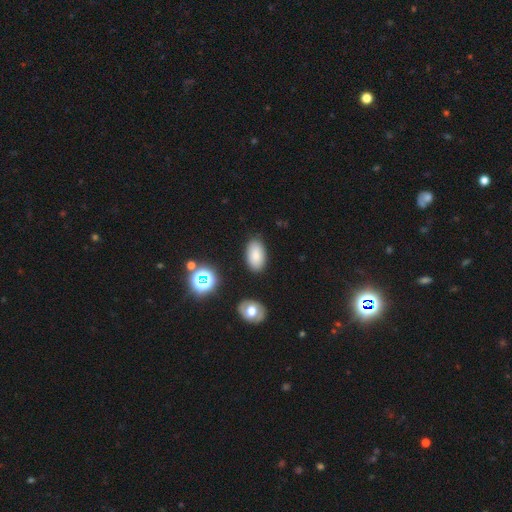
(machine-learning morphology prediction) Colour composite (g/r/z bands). It shows a smooth galaxy with no disk features (82%) that is in between round and cigar-shaped (94%). Merging: none (85%).